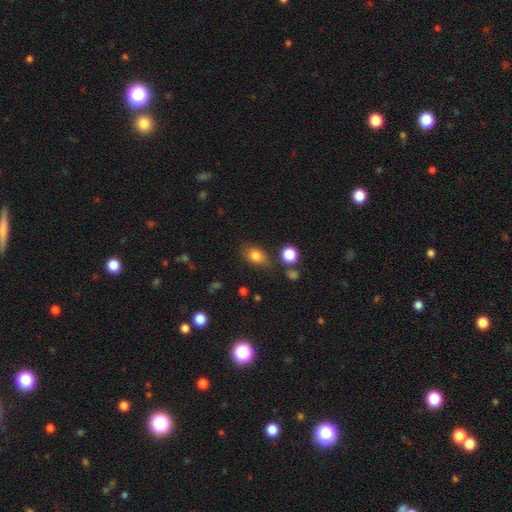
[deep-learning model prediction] Smooth or featured? Predicted: smooth (p=0.80). How rounded? Predicted: in between (p=0.75). Merging? Predicted: none (p=0.71).